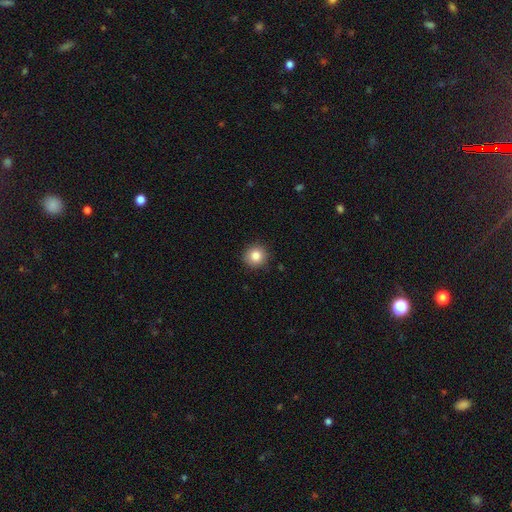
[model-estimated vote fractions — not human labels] This is clearly a smooth galaxy (84%). How rounded: clearly round (93%). Merging: clearly none (91%).